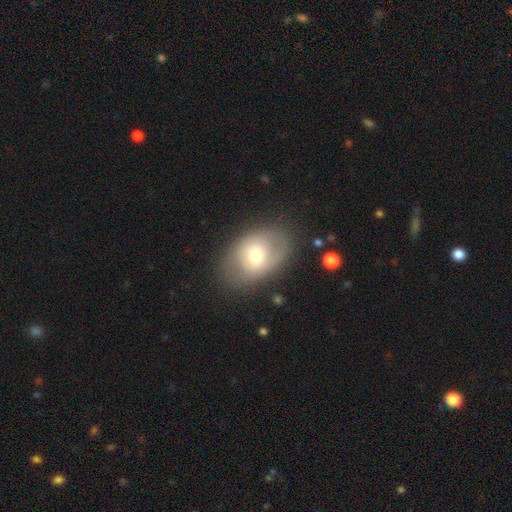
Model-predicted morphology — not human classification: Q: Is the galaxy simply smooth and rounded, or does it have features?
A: smooth — 55%.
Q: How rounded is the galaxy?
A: in between — 78%.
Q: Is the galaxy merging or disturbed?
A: none — 76%.